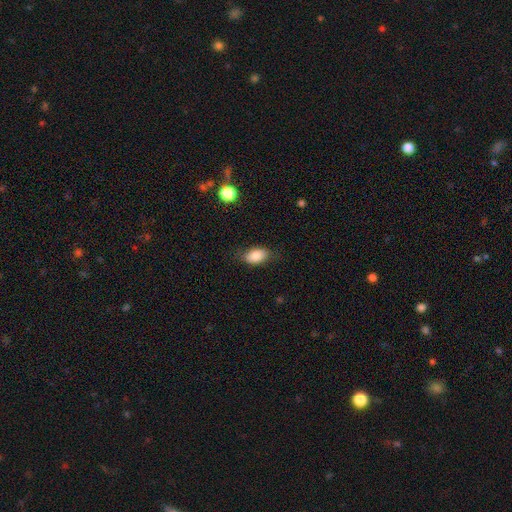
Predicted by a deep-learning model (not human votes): Smooth or featured?
  - smooth: 84% *
  - featured or disk: 8%
  - star or artifact: 8%
How rounded?
  - in between: 89% *
  - round: 9%
  - cigar-shaped: 2%
Merging?
  - none: 77% *
  - minor disturbance: 17%
  - major disturbance: 5%
  - merger: 1%